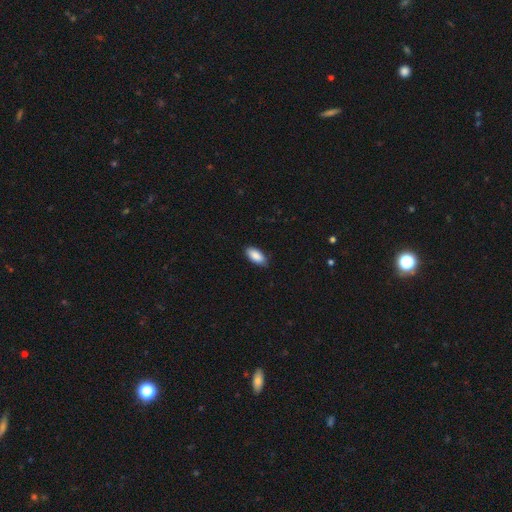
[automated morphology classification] This appears to be a smooth galaxy with no disk features (90%) that is in between round and cigar-shaped (92%). Merging: none (85%).